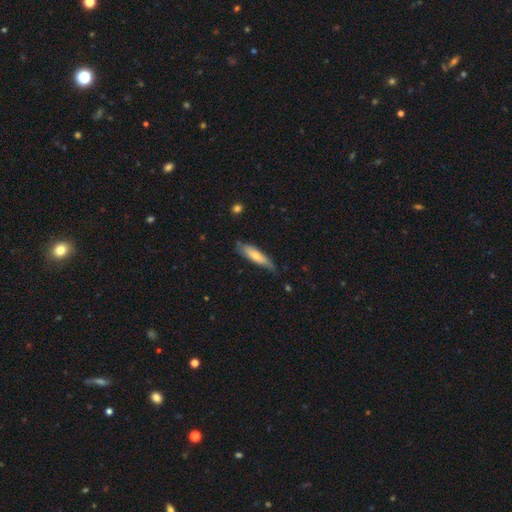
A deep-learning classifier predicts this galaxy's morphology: Smooth or featured?
  - smooth: 64% *
  - featured or disk: 30%
  - star or artifact: 6%
How rounded?
  - cigar-shaped: 72% *
  - in between: 26%
  - round: 2%
Merging?
  - none: 67% *
  - minor disturbance: 26%
  - major disturbance: 4%
  - merger: 2%